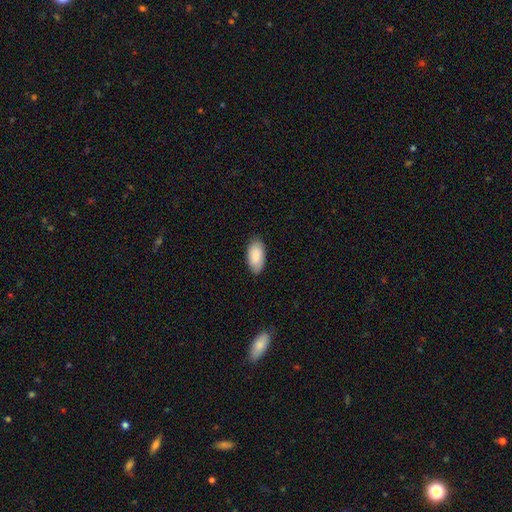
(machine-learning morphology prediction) The model was most divided on "merging": none: 85%, minor disturbance: 12%, major disturbance: 2%, merger: 1%. More confident: how rounded — in between (95%); smooth or featured — smooth (89%).